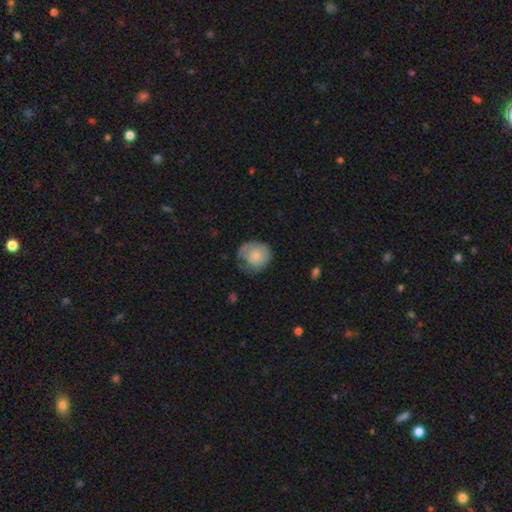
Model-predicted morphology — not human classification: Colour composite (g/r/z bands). It shows a smooth galaxy with no disk features (73%) that is round (80%). Merging: none (45%).